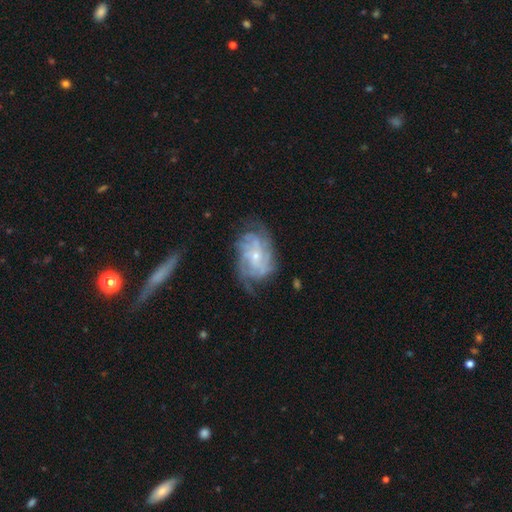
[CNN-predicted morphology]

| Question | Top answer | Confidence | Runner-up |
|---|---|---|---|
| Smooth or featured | featured or disk | 84% | smooth (10%) |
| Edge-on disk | no | 97% | yes (3%) |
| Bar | no | 71% | weak (24%) |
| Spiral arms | yes | 94% | no (6%) |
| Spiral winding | tight | 55% | medium (34%) |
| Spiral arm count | can't tell | 32% | 4 (26%) |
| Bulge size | small | 75% | moderate (21%) |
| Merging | none | 64% | minor disturbance (21%) |